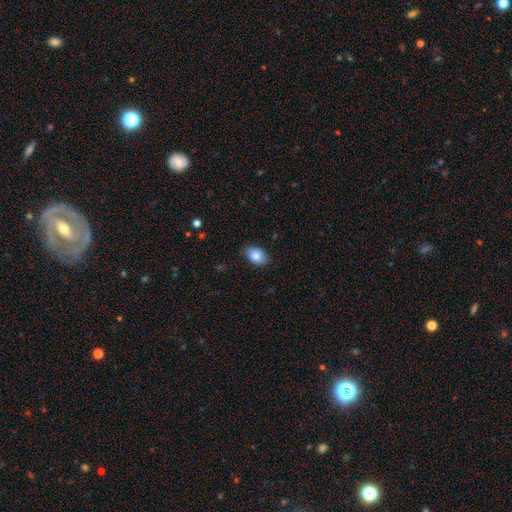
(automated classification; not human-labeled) A smooth galaxy with no disk features (84%) that is in between round and cigar-shaped (85%). Merging: none (83%).